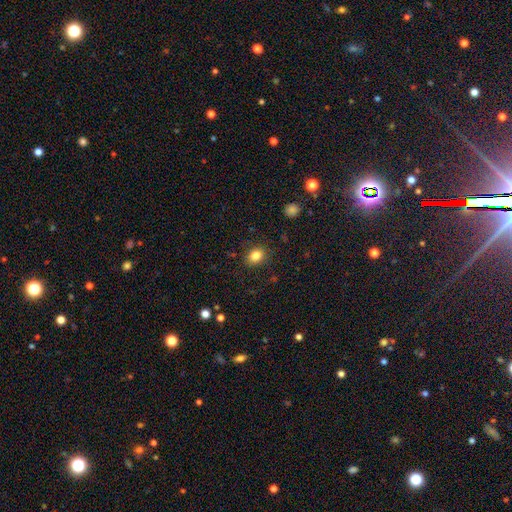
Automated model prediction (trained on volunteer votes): smooth_or_featured: smooth (p=0.84) [alt: star or artifact p=0.10]
how_rounded: in between (p=0.57) [alt: round p=0.42]
merging: none (p=0.86) [alt: minor disturbance p=0.10]